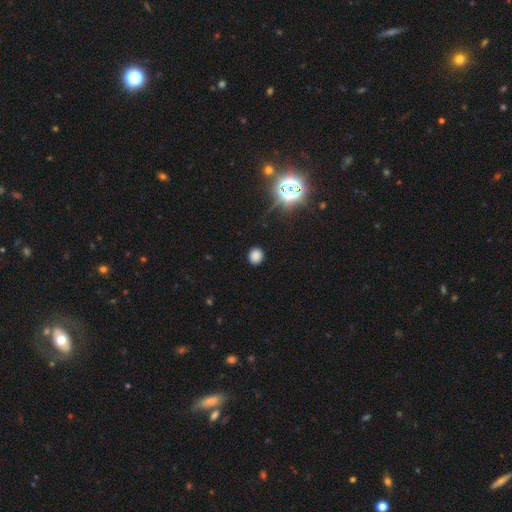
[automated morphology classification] smooth 78%, star or artifact 18%, featured or disk 4%. Down the decision tree: how rounded — round (83%); merging — none (89%).